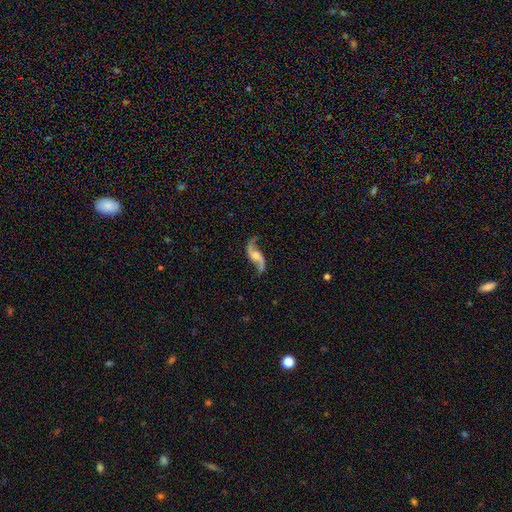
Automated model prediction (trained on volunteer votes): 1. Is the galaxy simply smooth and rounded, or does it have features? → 89% featured or disk, 6% smooth, 5% star or artifact.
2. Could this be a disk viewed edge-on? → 95% no, 5% yes.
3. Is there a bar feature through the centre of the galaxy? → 58% no, 32% weak, 9% strong.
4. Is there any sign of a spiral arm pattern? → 97% yes, 3% no.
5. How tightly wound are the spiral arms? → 87% loose, 10% medium, 3% tight.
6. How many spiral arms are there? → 94% 2, 2% 1, 1% can't tell, 1% 3, 1% 4, 1% more than 4.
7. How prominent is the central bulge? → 47% moderate, 33% small, 10% none, 8% large, 2% dominant.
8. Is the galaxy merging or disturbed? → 77% none, 13% minor disturbance, 7% major disturbance, 2% merger.